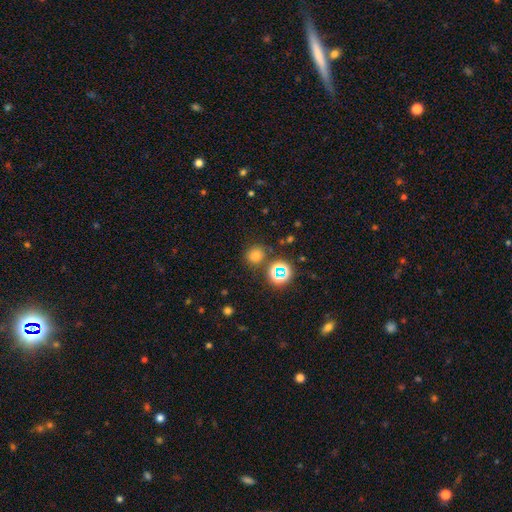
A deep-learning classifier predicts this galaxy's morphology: smooth_or_featured: smooth (p=0.69) [alt: star or artifact p=0.24]
how_rounded: round (p=0.82) [alt: in between p=0.17]
merging: none (p=0.81) [alt: minor disturbance p=0.09]